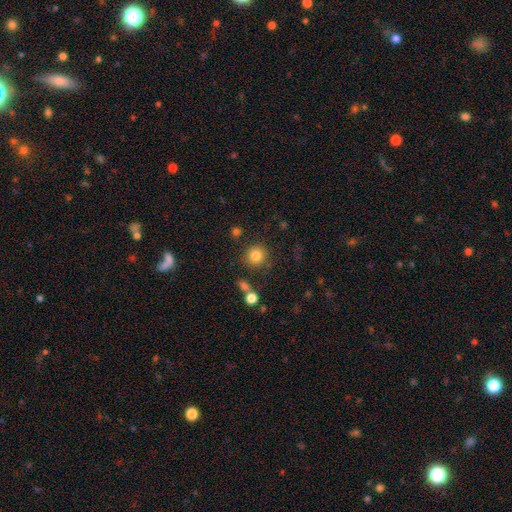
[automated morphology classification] Smooth or featured?
  - smooth: 83% *
  - star or artifact: 11%
  - featured or disk: 6%
How rounded?
  - round: 92% *
  - in between: 7%
  - cigar-shaped: 1%
Merging?
  - none: 83% *
  - minor disturbance: 9%
  - merger: 5%
  - major disturbance: 4%